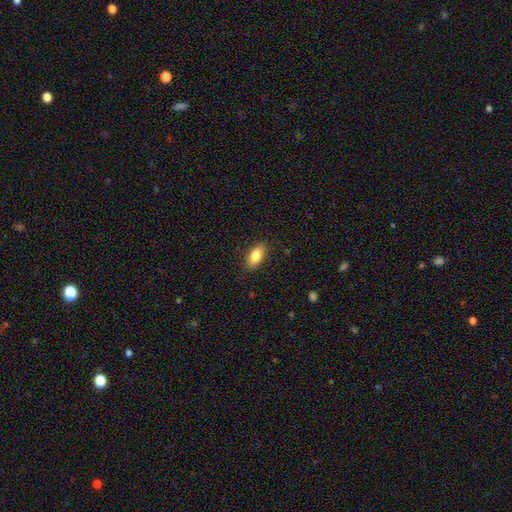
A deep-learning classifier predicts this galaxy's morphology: A smooth galaxy with no disk features (82%) that is in between round and cigar-shaped (89%). Merging: none (86%).